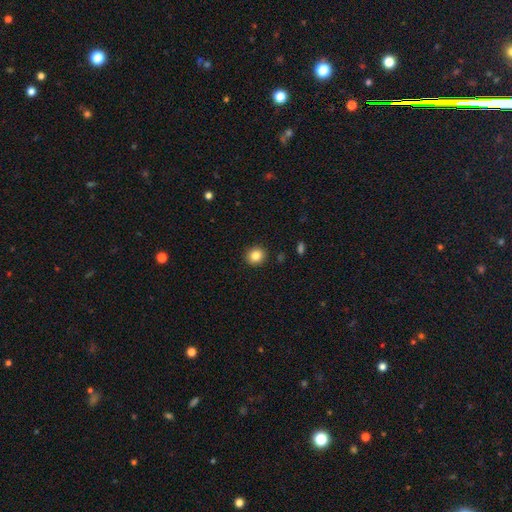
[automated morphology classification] A smooth galaxy with no disk features (84%) that is round (86%). Merging: none (91%).